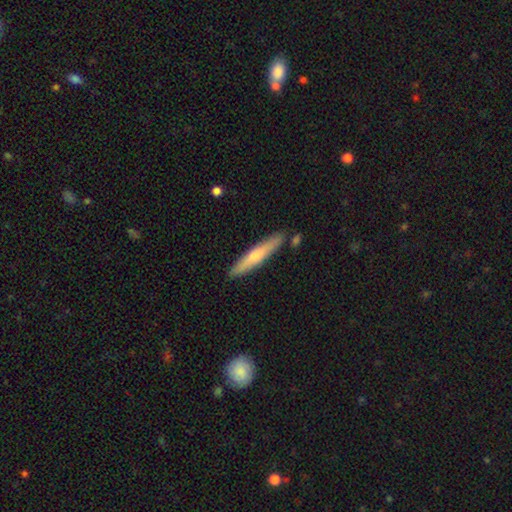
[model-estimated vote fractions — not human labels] Smooth or featured?
  - smooth: 57% *
  - featured or disk: 38%
  - star or artifact: 5%
How rounded?
  - cigar-shaped: 92% *
  - in between: 7%
  - round: 1%
Merging?
  - none: 85% *
  - minor disturbance: 9%
  - merger: 4%
  - major disturbance: 2%